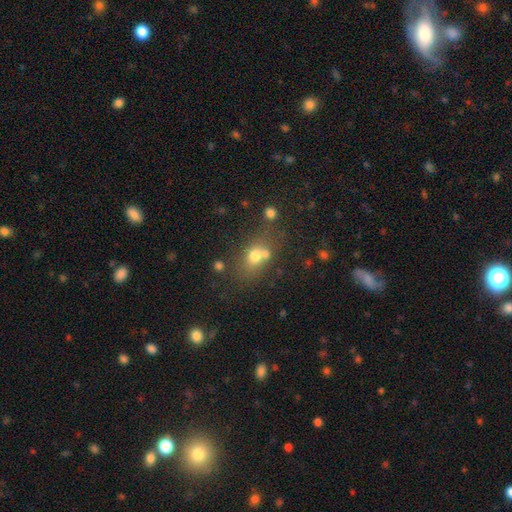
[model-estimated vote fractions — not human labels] This is likely a smooth galaxy (68%). How rounded: possibly in between (52%). Merging: possibly none (47%).